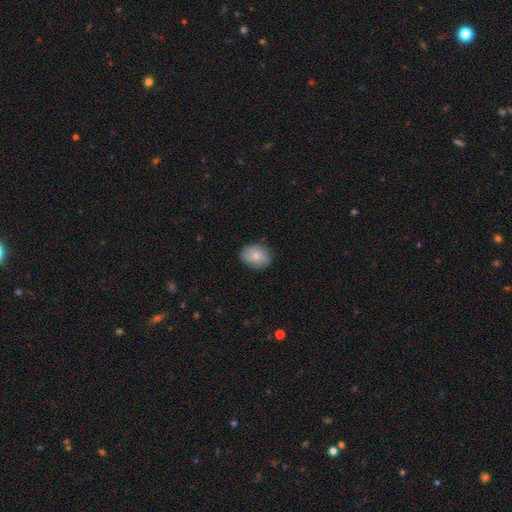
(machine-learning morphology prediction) Q: Smooth or featured?
A: smooth (80%); runner-up: featured or disk (13%)
Q: How rounded?
A: in between (52%); runner-up: round (47%)
Q: Merging?
A: none (84%); runner-up: minor disturbance (13%)